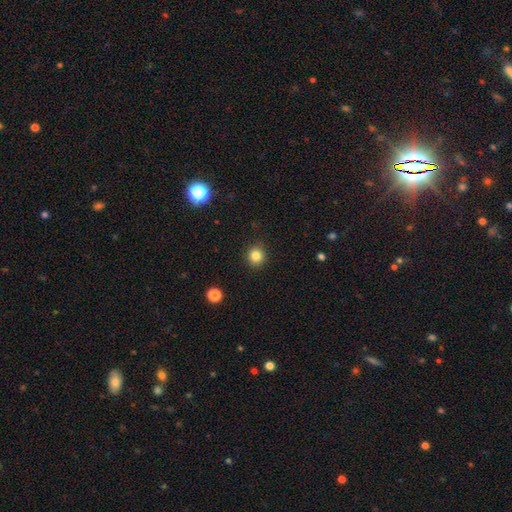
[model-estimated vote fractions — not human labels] Smooth or featured? smooth (83%)
How rounded? round (91%)
Merging? none (91%)